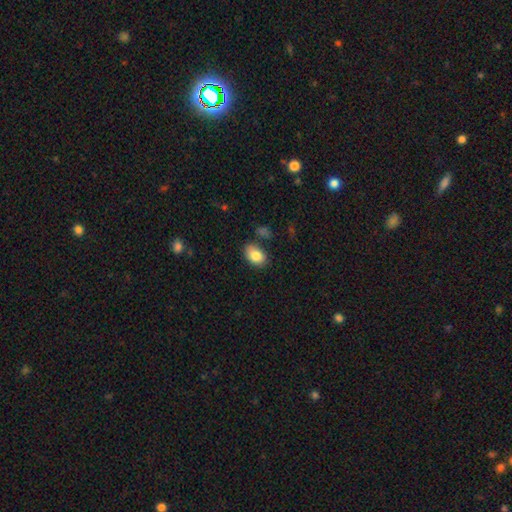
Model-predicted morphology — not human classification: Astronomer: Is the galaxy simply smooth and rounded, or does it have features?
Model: smooth — 85%.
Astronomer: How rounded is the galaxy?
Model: in between — 84%.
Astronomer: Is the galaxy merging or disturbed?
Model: none — 74%.